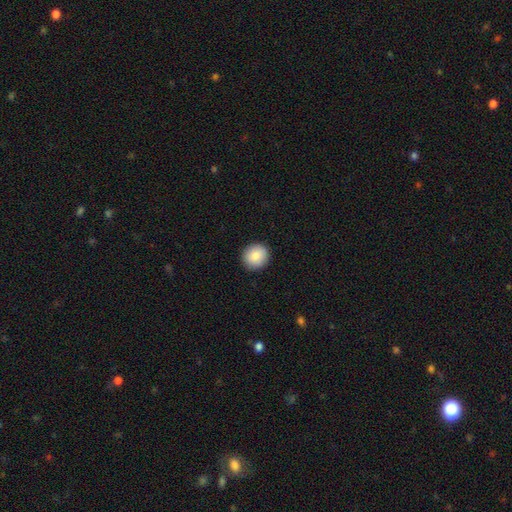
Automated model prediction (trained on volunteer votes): This appears to be a smooth galaxy with no disk features (86%) that is round (90%). Merging: none (92%).